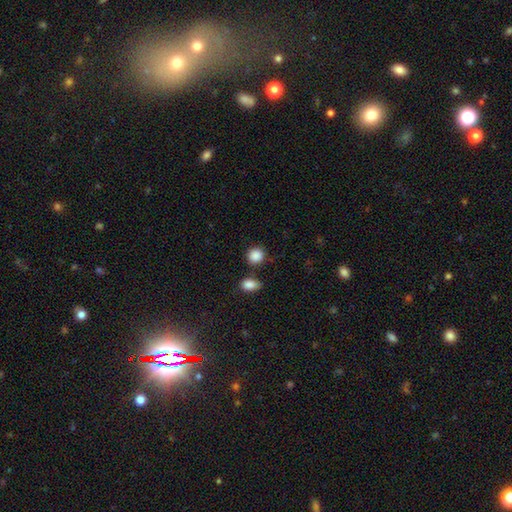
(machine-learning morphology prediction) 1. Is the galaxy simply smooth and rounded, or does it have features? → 88% smooth, 8% star or artifact, 3% featured or disk.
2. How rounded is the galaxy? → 85% round, 14% in between, 1% cigar-shaped.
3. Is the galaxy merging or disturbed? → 77% none, 11% minor disturbance, 9% merger, 3% major disturbance.